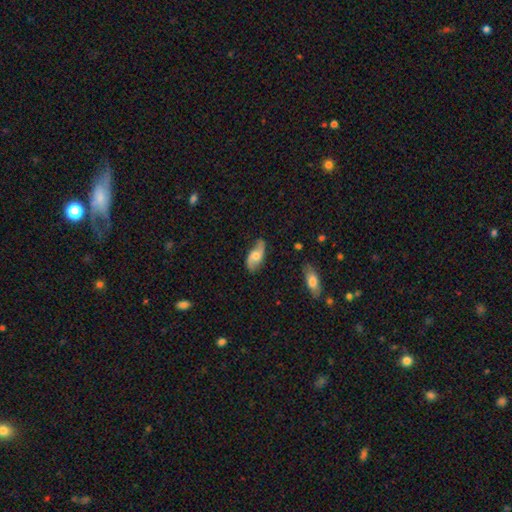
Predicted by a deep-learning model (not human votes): Smooth or featured? featured or disk (53%)
Edge-on disk? no (91%)
Merging? none (68%)